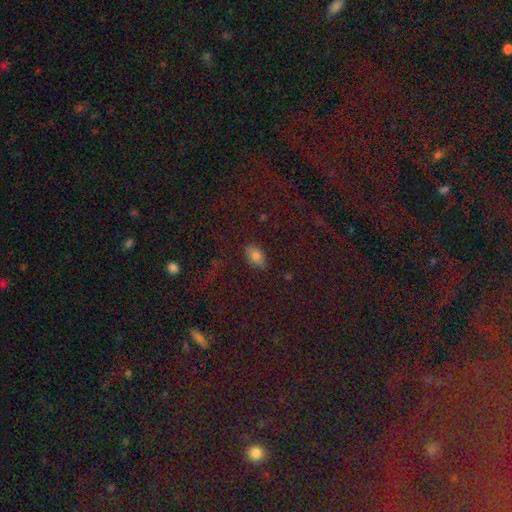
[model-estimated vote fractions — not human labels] This appears to be a smooth galaxy with no disk features (76%) that is in between round and cigar-shaped (90%). Merging: none (85%).